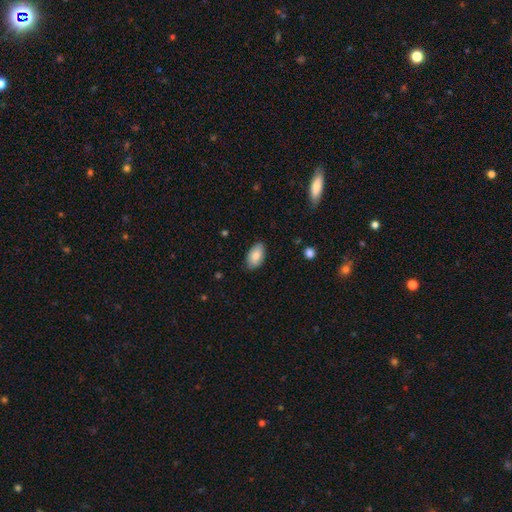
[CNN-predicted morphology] The model was most divided on "merging": none: 83%, minor disturbance: 13%, major disturbance: 2%, merger: 1%. More confident: how rounded — in between (95%); smooth or featured — smooth (82%).